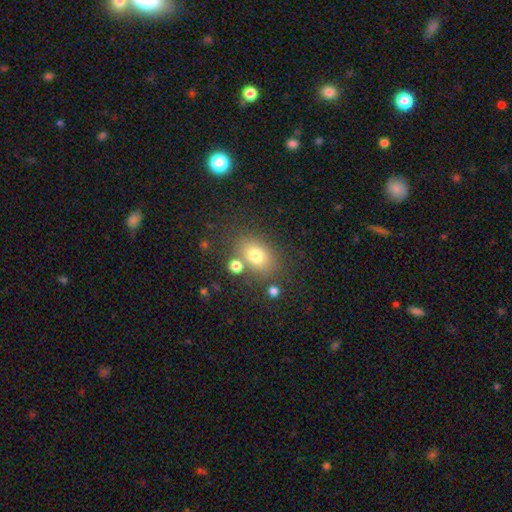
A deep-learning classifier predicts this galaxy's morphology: A smooth galaxy with no disk features (74%) that is in between round and cigar-shaped (69%). Merging: none (71%).